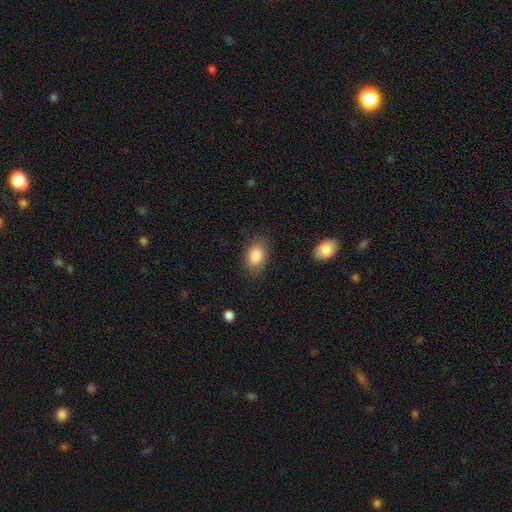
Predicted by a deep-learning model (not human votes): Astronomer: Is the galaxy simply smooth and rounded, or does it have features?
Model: smooth — 87%.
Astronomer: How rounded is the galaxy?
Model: in between — 84%.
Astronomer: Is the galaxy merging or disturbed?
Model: none — 77%.